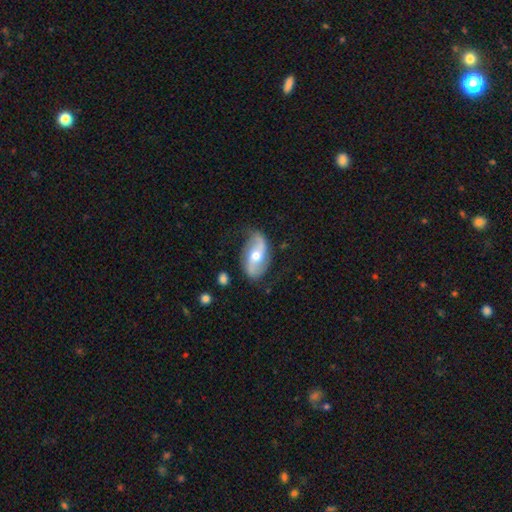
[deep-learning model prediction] The model was most divided on "bar": no: 50%, weak: 32%, strong: 18%. More confident: edge-on disk — no (94%); spiral arm count — 2 (90%); spiral arms — yes (90%); smooth or featured — featured or disk (76%); merging — none (74%); bulge size — moderate (69%); spiral winding — loose (69%).